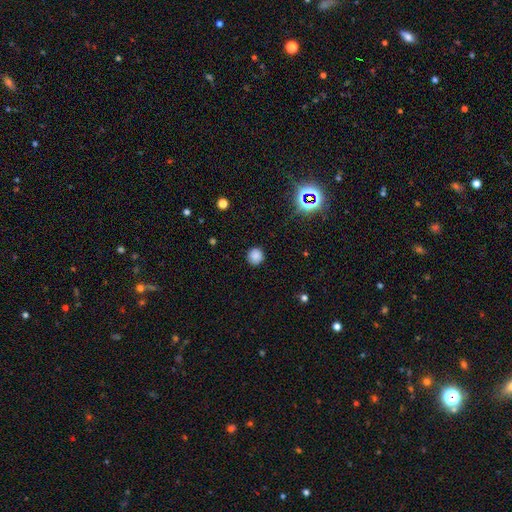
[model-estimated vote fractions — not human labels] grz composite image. It shows a smooth galaxy with no disk features (83%) that is round (92%). Merging: none (90%).